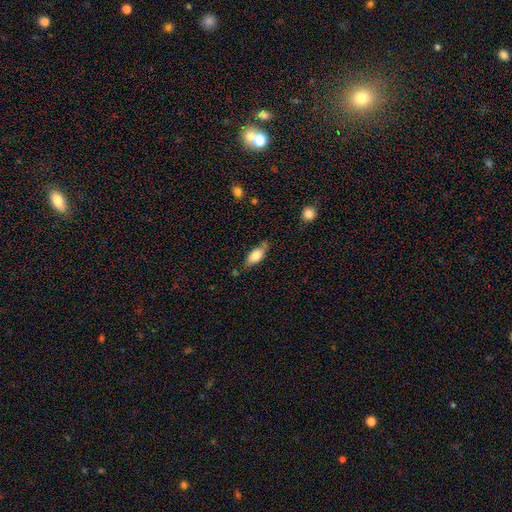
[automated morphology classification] This appears to be a smooth galaxy with no disk features (76%) that is in between round and cigar-shaped (82%). Merging: none (65%).